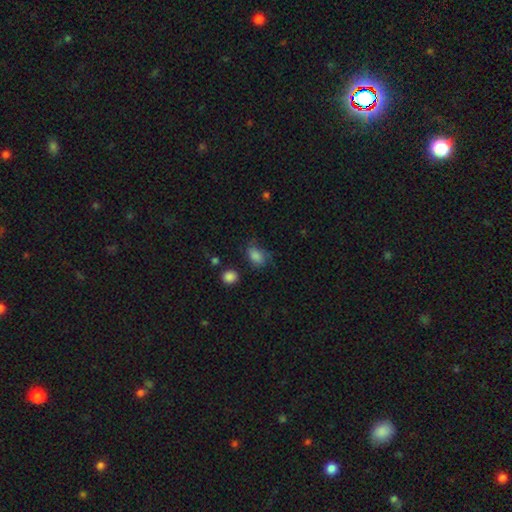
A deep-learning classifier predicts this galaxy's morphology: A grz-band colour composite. It shows a smooth galaxy with no disk features (77%) that is in between round and cigar-shaped (77%). Merging: none (52%).